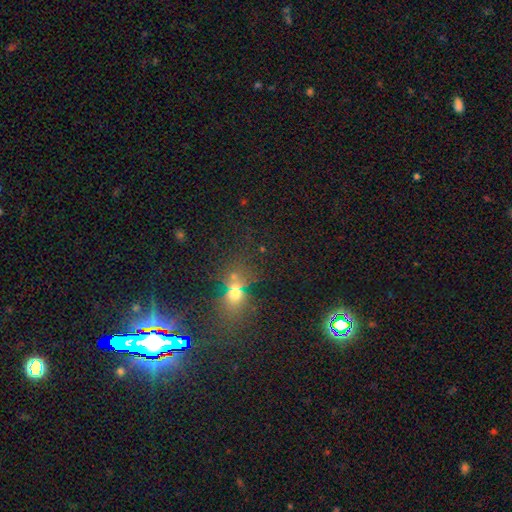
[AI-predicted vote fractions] Smooth or featured: star or artifact — 53% (smooth — 33%)